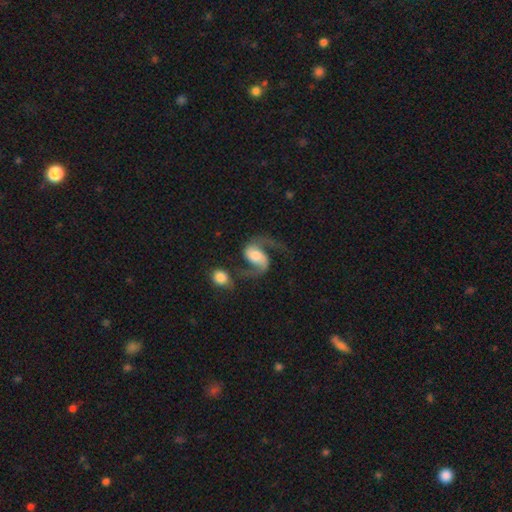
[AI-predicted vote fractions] A featured or disk galaxy (86%) with no bar (42%), 2 (92%) loose (63%) spiral arms (96%) and a moderate central bulge (39%).

Vote fractions:
- Smooth or featured? featured or disk: 86% / smooth: 9% / star or artifact: 5%
- Edge-on disk? no: 98% / yes: 2%
- Bar? no: 42% / weak: 39% / strong: 19%
- Spiral arms? yes: 96% / no: 4%
- Spiral winding? loose: 63% / medium: 31% / tight: 6%
- Spiral arm count? 2: 92% / 1: 4% / can't tell: 2% / 3: 1% / 4: 1% / more than 4: 1%
- Bulge size? moderate: 39% / large: 29% / small: 19% / none: 8% / dominant: 5%
- Merging? none: 54% / major disturbance: 18% / minor disturbance: 16% / merger: 12%